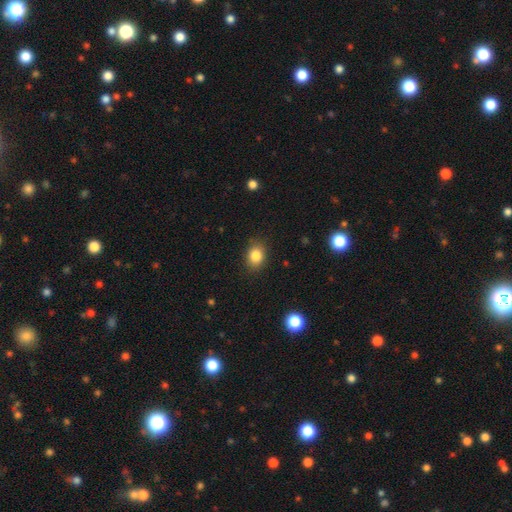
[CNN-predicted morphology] This appears to be a smooth galaxy with no disk features (84%) that is in between round and cigar-shaped (54%). Merging: none (85%).